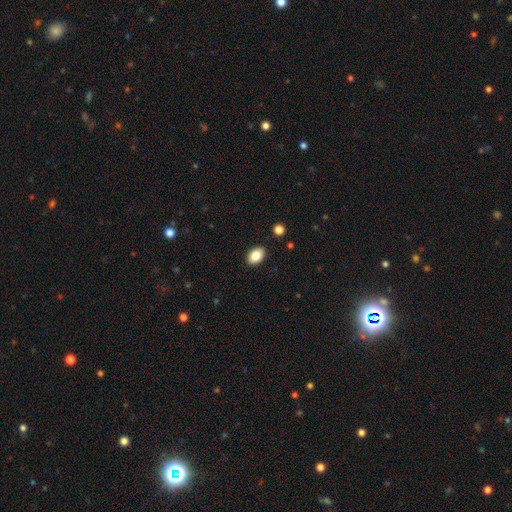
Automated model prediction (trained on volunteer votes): Morphology: type=smooth (85%); roundness=in between (85%); merging=none (89%).